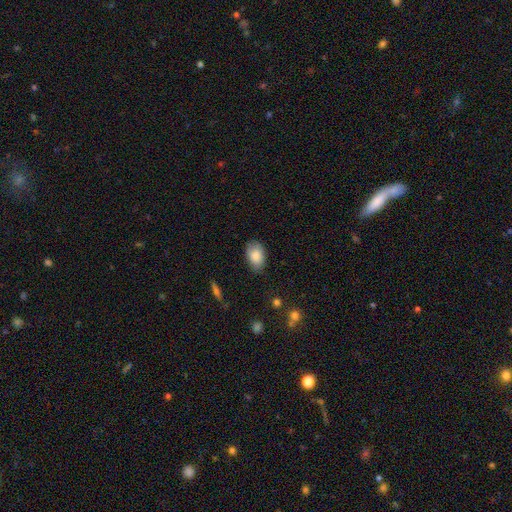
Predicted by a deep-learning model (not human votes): smooth 85%, featured or disk 8%, star or artifact 7%. Down the decision tree: how rounded — in between (91%); merging — none (77%).